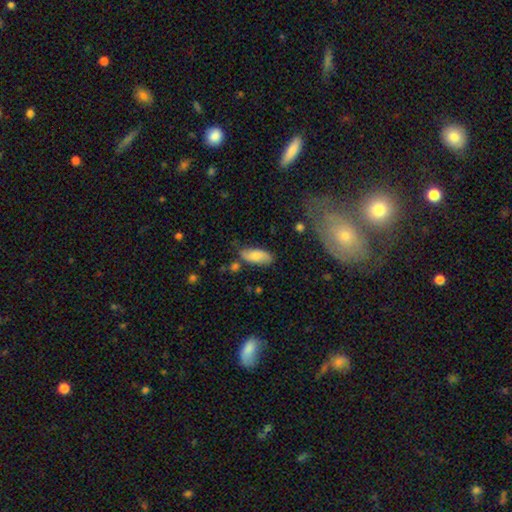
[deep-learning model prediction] Q: Smooth or featured?
A: smooth (74%); runner-up: featured or disk (20%)
Q: How rounded?
A: in between (83%); runner-up: cigar-shaped (15%)
Q: Merging?
A: none (72%); runner-up: minor disturbance (19%)